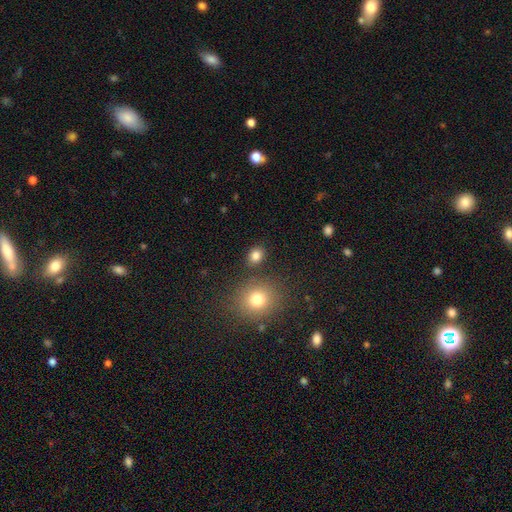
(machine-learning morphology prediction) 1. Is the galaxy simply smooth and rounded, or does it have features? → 82% smooth, 12% star or artifact, 5% featured or disk.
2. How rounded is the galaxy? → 50% in between, 49% round, 1% cigar-shaped.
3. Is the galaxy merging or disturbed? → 82% none, 8% minor disturbance, 6% merger, 3% major disturbance.